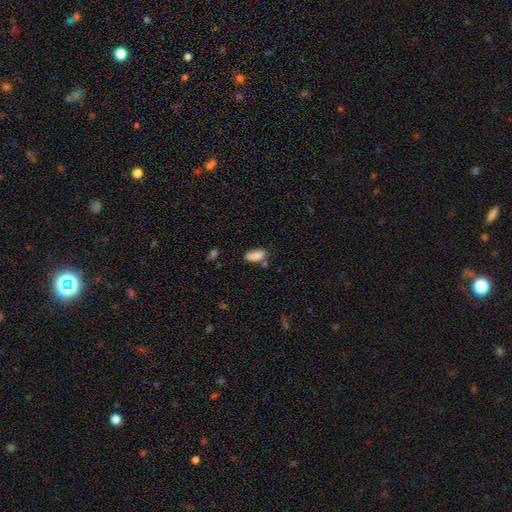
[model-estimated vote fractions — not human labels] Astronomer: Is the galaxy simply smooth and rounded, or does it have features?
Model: smooth — 80%.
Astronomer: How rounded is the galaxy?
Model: in between — 83%.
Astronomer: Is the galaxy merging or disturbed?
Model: none — 54%.